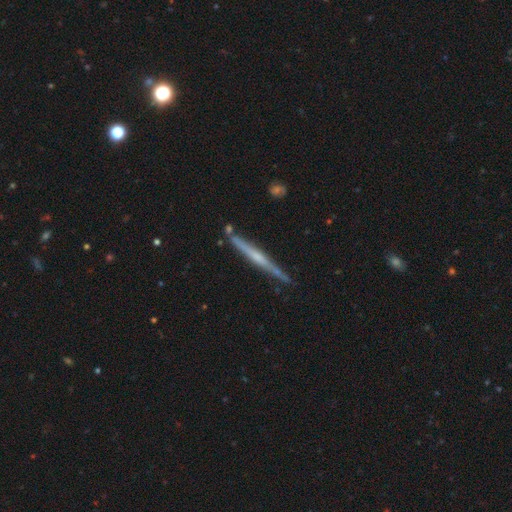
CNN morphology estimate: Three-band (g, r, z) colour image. It shows a featured or disk galaxy (70%) viewed edge-on (98%) with a rounded central bulge (46%). Merging: none (83%).